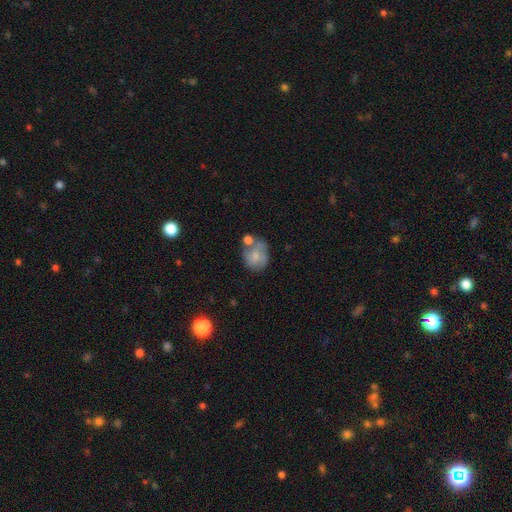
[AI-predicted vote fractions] Morphology: type=smooth (63%); roundness=round (60%); merging=none (41%).